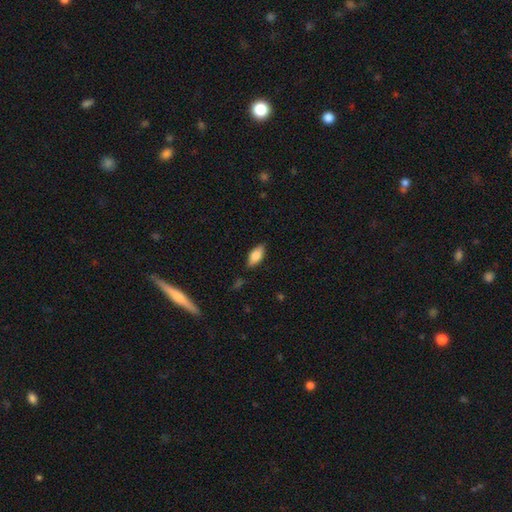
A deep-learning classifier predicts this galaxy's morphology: Smooth or featured: smooth — 77% (featured or disk — 16%)
How rounded: in between — 84% (cigar-shaped — 13%)
Merging: none — 83% (minor disturbance — 13%)